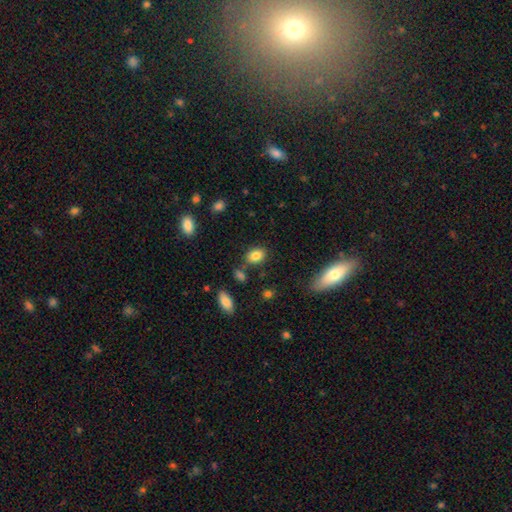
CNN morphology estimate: Smooth or featured? smooth (83%)
How rounded? in between (75%)
Merging? none (77%)